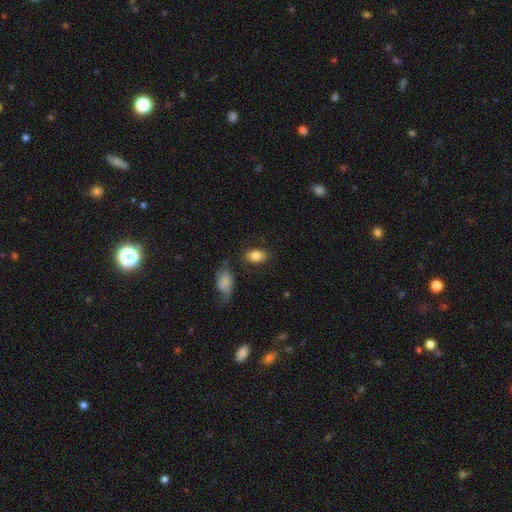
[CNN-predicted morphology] Smooth or featured?
  - smooth: 81% *
  - featured or disk: 11%
  - star or artifact: 8%
How rounded?
  - in between: 88% *
  - round: 11%
  - cigar-shaped: 2%
Merging?
  - none: 76% *
  - minor disturbance: 15%
  - merger: 5%
  - major disturbance: 4%